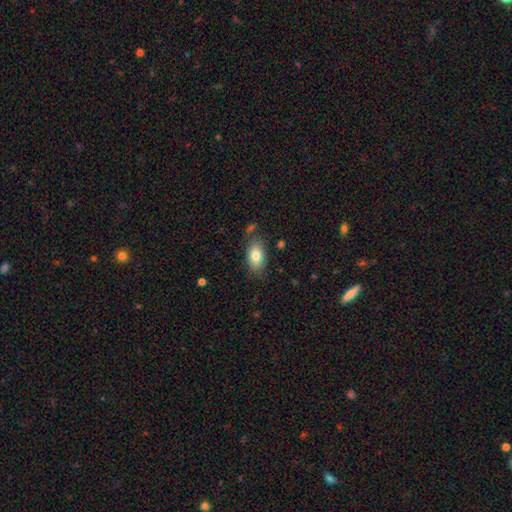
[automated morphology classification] This is clearly a smooth galaxy (81%). How rounded: clearly in between (91%). Merging: likely none (77%).